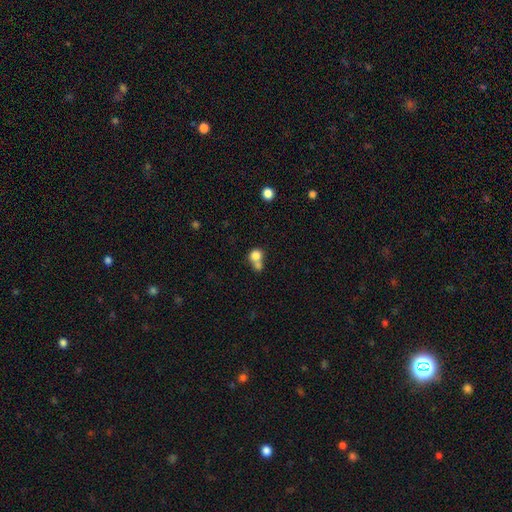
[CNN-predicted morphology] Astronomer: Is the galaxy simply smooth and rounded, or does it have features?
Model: smooth — 79%.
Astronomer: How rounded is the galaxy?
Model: round — 78%.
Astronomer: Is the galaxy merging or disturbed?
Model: merger — 56% (runner-up: none, 33%).